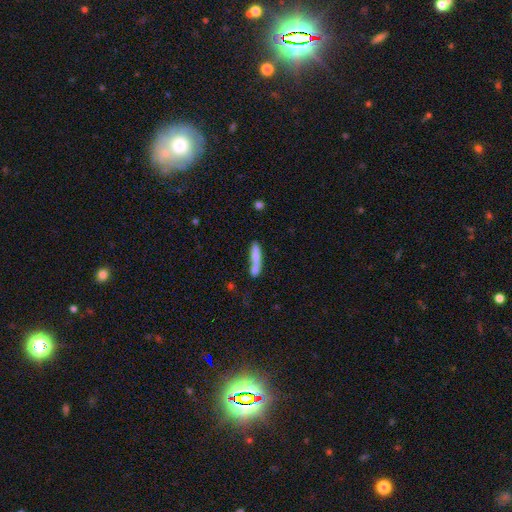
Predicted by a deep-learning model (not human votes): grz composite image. It shows a smooth galaxy with no disk features (69%) that is cigar-shaped (83%). Merging: none (50%).